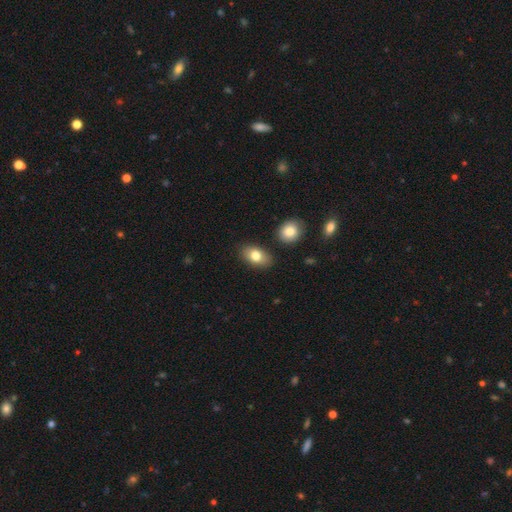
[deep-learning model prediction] smooth_or_featured: smooth (p=0.79) [alt: featured or disk p=0.13]
how_rounded: in between (p=0.87) [alt: round p=0.11]
merging: none (p=0.83) [alt: minor disturbance p=0.10]